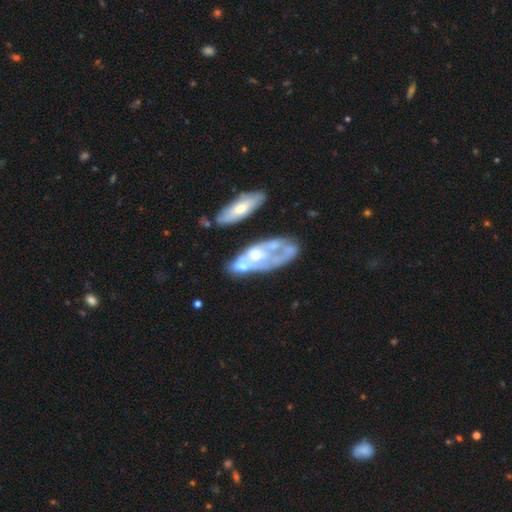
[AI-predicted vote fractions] This is likely a featured or disk galaxy (67%). It is clearly not viewed edge-on (89%). Bar: clearly no (82%). Spiral arm pattern: likely no (76%). Central bulge: possibly moderate (52%). Merging: marginally merger (31%, tied with none).